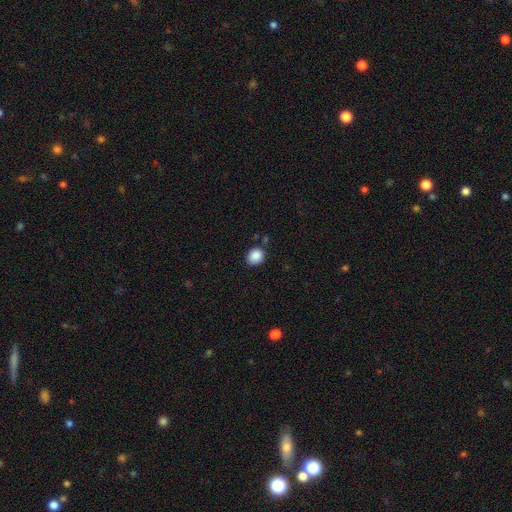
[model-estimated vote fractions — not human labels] smooth 87%, star or artifact 9%, featured or disk 4%. Down the decision tree: how rounded — round (70%); merging — none (83%).